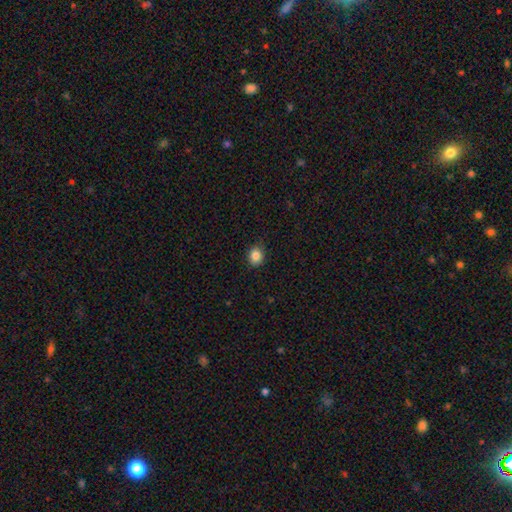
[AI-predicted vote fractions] The model was most divided on "how rounded": round: 64%, in between: 35%, cigar-shaped: 1%. More confident: merging — none (85%); smooth or featured — smooth (85%).